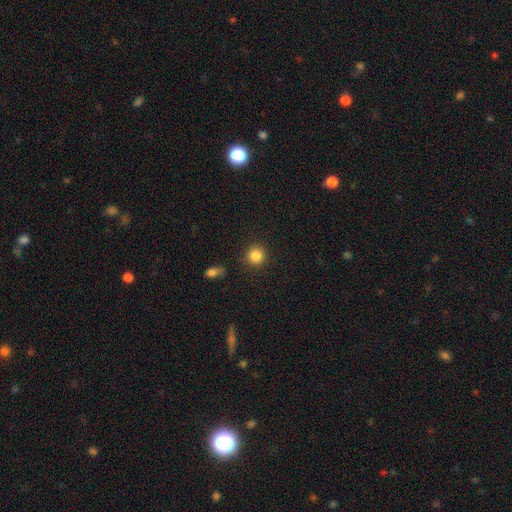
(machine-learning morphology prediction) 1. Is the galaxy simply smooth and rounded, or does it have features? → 85% smooth, 10% star or artifact, 5% featured or disk.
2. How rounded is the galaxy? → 93% round, 6% in between, 1% cigar-shaped.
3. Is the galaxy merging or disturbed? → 88% none, 7% minor disturbance, 3% major disturbance, 2% merger.